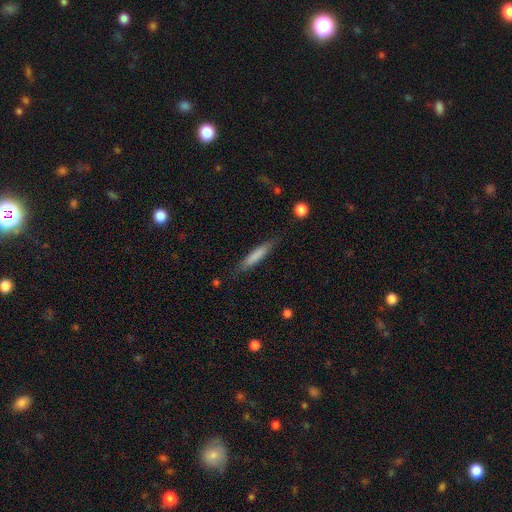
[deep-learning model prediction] A smooth galaxy with no disk features (76%) that is cigar-shaped (89%).

Vote fractions:
- Smooth or featured? smooth: 76% / featured or disk: 18% / star or artifact: 6%
- How rounded? cigar-shaped: 89% / in between: 10% / round: 1%
- Merging? none: 83% / minor disturbance: 13% / major disturbance: 3% / merger: 1%